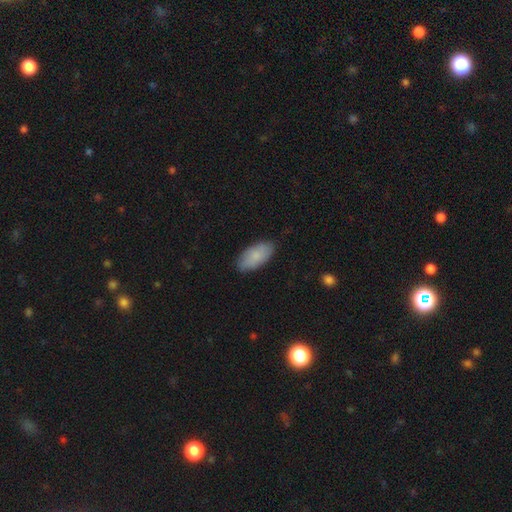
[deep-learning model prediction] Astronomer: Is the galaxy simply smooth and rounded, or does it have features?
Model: smooth — 83%.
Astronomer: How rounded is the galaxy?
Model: in between — 93%.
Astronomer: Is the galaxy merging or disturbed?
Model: none — 84%.